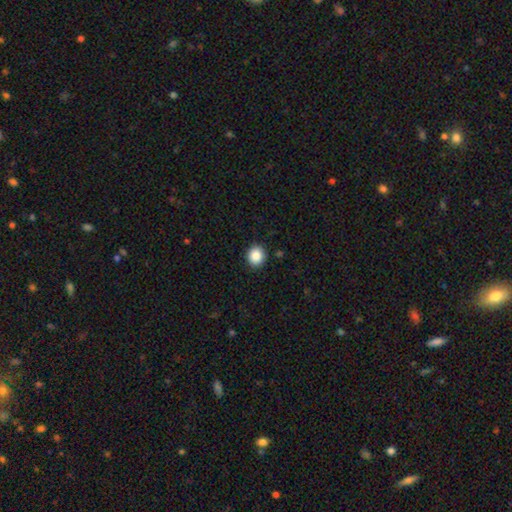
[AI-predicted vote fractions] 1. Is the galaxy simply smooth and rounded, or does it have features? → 87% smooth, 9% star or artifact, 4% featured or disk.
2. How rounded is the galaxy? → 80% round, 19% in between, 1% cigar-shaped.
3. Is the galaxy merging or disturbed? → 91% none, 6% minor disturbance, 2% major disturbance, 1% merger.